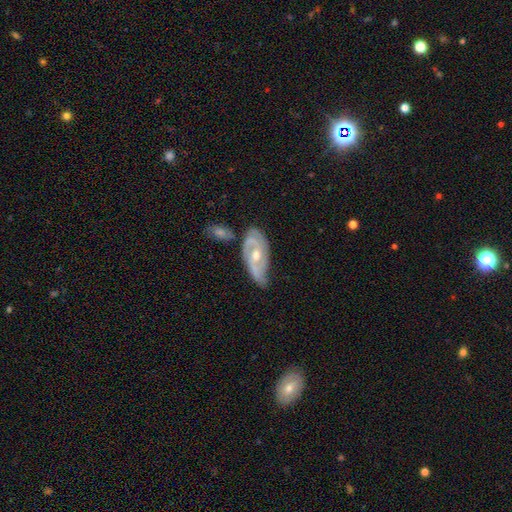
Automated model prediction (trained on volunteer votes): Overall: featured or disk (79%). Edge-on disk: no (92%). Bar: no (57%; weak 35%). Spiral arms: yes (88%). Spiral arm count: 2 (58%; can't tell 22%). Spiral winding: tight (47%; medium 38%). Bulge size: moderate (67%; small 28%). Merging: none (53%; minor disturbance 26%).